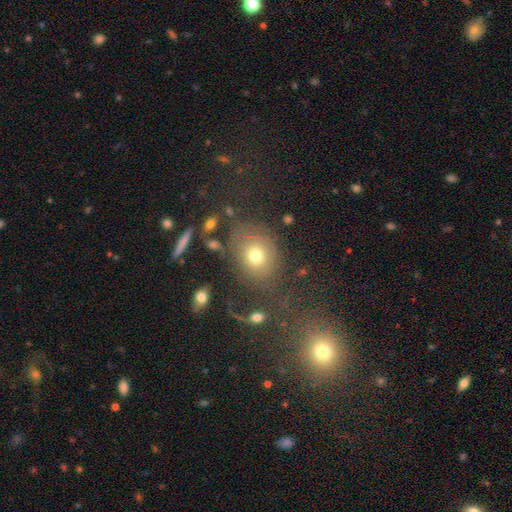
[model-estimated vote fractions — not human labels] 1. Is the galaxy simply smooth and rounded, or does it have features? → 69% smooth, 16% featured or disk, 15% star or artifact.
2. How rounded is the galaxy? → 51% round, 48% in between, 2% cigar-shaped.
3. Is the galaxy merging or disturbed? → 65% none, 16% minor disturbance, 12% major disturbance, 7% merger.